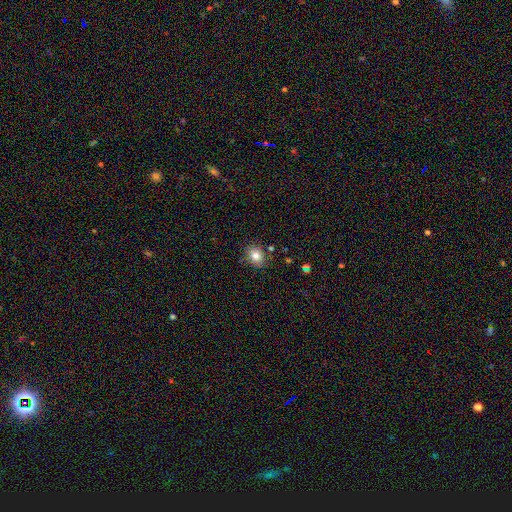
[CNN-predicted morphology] The model was most divided on "how rounded": round: 59%, in between: 40%, cigar-shaped: 1%. More confident: merging — none (83%); smooth or featured — smooth (81%).